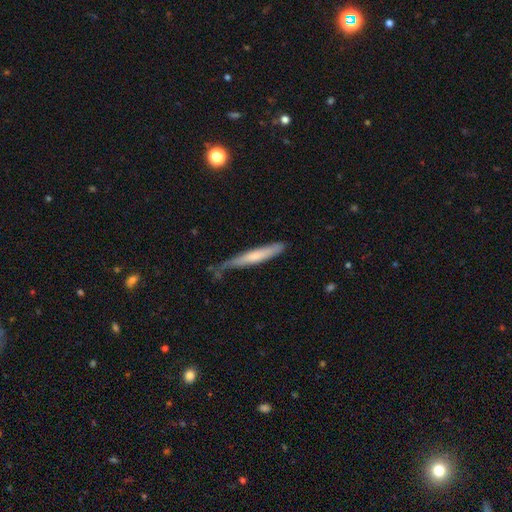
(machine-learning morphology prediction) Smooth or featured? Predicted: smooth (p=0.62). How rounded? Predicted: cigar-shaped (p=0.93). Merging? Predicted: none (p=0.53).